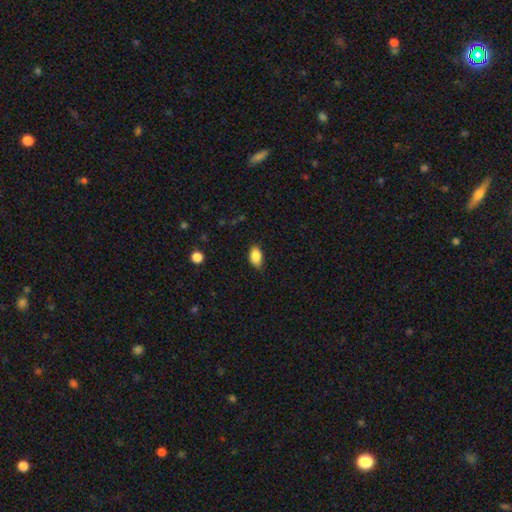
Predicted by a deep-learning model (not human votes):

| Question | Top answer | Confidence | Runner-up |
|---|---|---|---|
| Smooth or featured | smooth | 87% | star or artifact (8%) |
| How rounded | in between | 90% | round (8%) |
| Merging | none | 76% | minor disturbance (20%) |